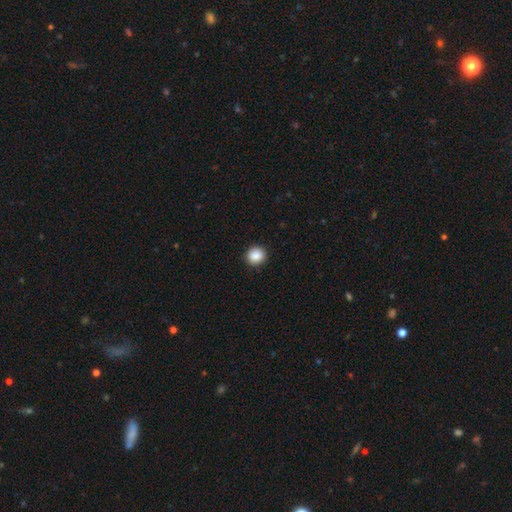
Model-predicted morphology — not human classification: smooth 88%, star or artifact 9%, featured or disk 3%. Down the decision tree: how rounded — round (88%); merging — none (91%).